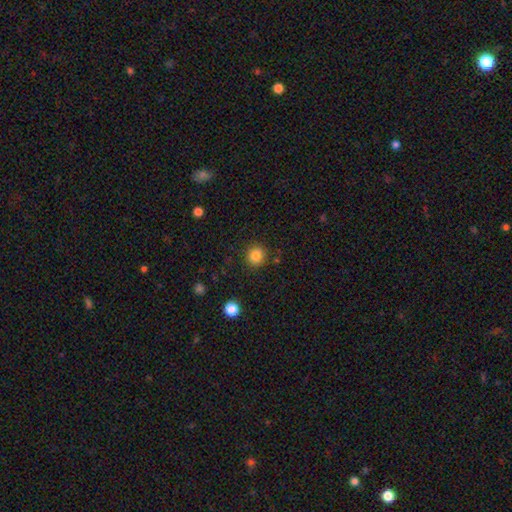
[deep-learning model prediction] Smooth or featured: smooth — 85% (star or artifact — 11%)
How rounded: round — 86% (in between — 13%)
Merging: none — 88% (minor disturbance — 8%)